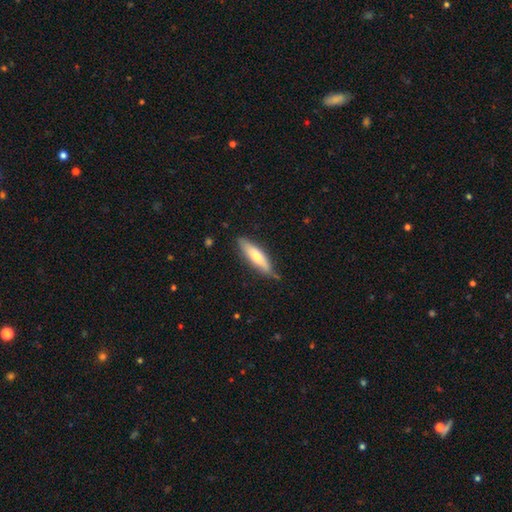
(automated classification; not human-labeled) Morphology: type=smooth (58%); roundness=cigar-shaped (68%); merging=none (78%).